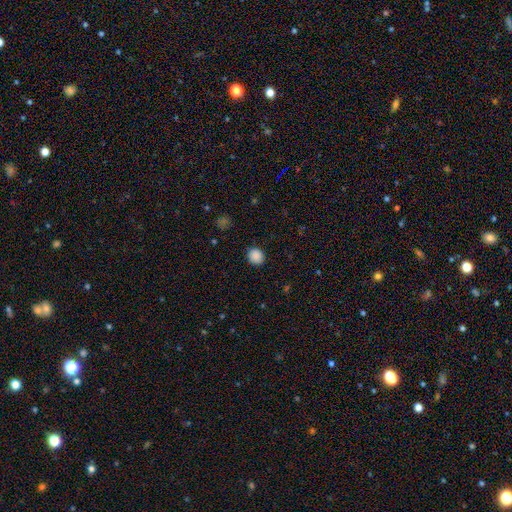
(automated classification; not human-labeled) Morphology: type=smooth (88%); roundness=round (78%); merging=none (89%).